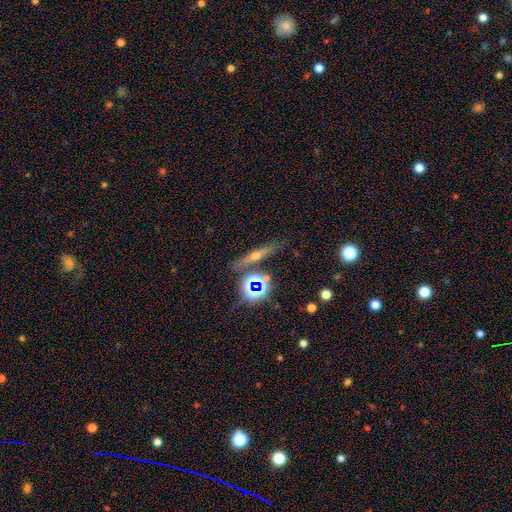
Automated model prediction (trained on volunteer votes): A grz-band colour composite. It shows a featured or disk galaxy (50%) viewed edge-on (91%). Merging: none (84%).